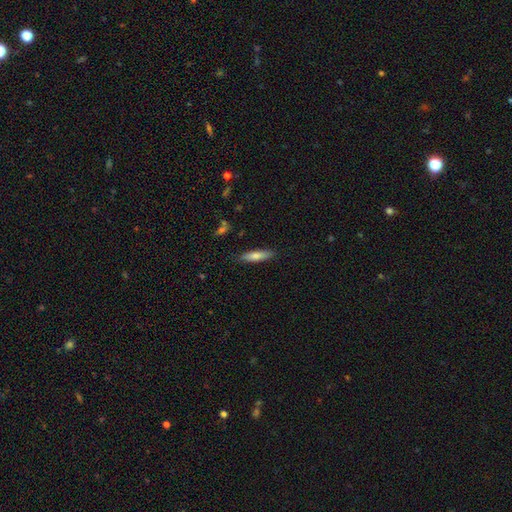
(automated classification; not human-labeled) Q: Smooth or featured?
A: smooth (72%); runner-up: featured or disk (21%)
Q: How rounded?
A: cigar-shaped (78%); runner-up: in between (21%)
Q: Merging?
A: none (86%); runner-up: minor disturbance (10%)